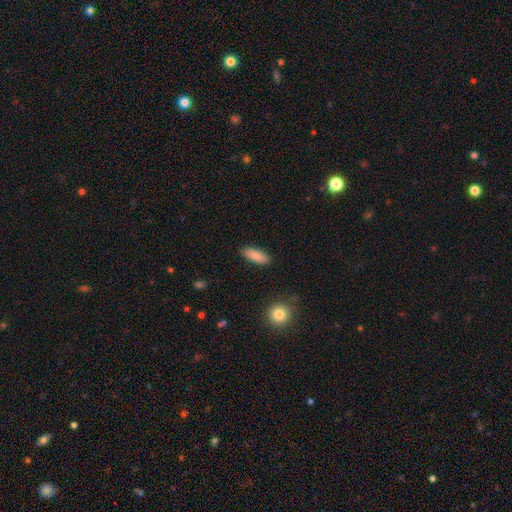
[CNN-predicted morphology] smooth 87%, star or artifact 6%, featured or disk 6%. Down the decision tree: how rounded — in between (68%); merging — none (88%).